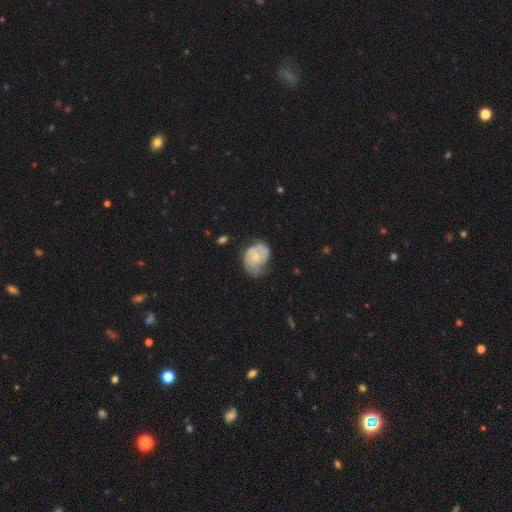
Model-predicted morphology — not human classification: The model was most divided on "merging": none: 44%, minor disturbance: 35%, major disturbance: 17%, merger: 3%. More confident: edge-on disk — no (97%); spiral arms — yes (73%); bar — no (70%); smooth or featured — featured or disk (62%); bulge size — small (53%).